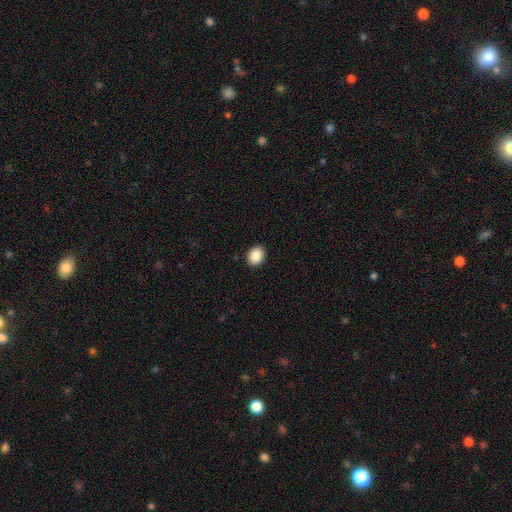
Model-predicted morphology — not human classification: The model was most divided on "how rounded": in between: 54%, round: 45%, cigar-shaped: 1%. More confident: merging — none (91%); smooth or featured — smooth (89%).